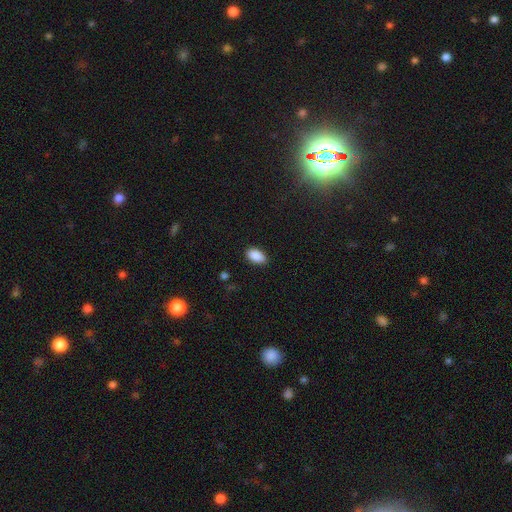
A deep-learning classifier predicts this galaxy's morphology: Smooth or featured?
  - smooth: 89% *
  - star or artifact: 7%
  - featured or disk: 3%
How rounded?
  - in between: 93% *
  - round: 5%
  - cigar-shaped: 2%
Merging?
  - none: 88% *
  - minor disturbance: 9%
  - major disturbance: 2%
  - merger: 1%